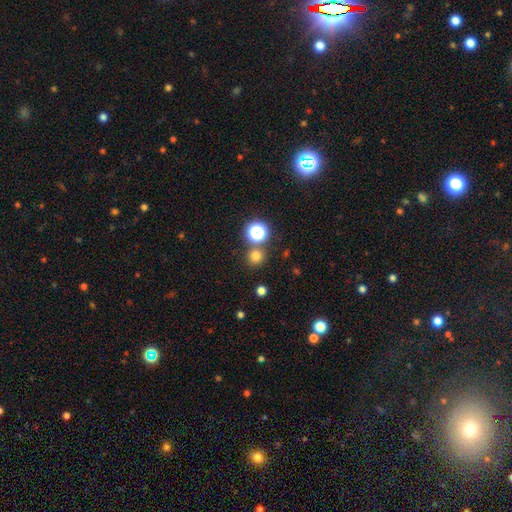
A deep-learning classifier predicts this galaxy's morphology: Smooth or featured? smooth (73%)
How rounded? round (93%)
Merging? none (80%)